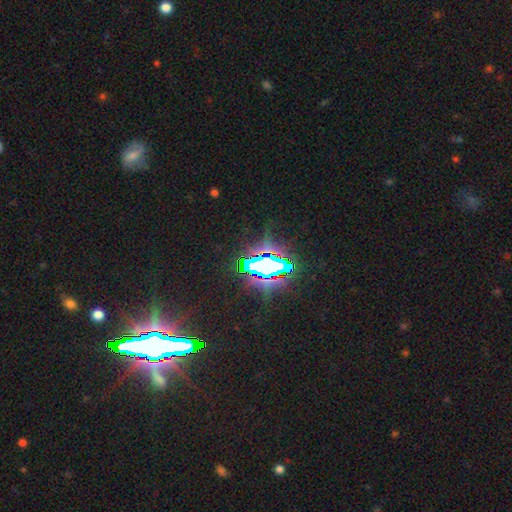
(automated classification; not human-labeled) This is likely a star or artifact rather than a galaxy (74%).